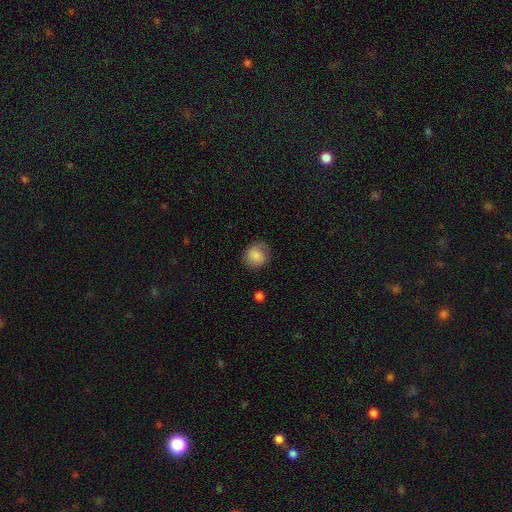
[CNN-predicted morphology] Smooth or featured: smooth — 81% (featured or disk — 11%)
How rounded: round — 77% (in between — 22%)
Merging: none — 64% (minor disturbance — 24%)